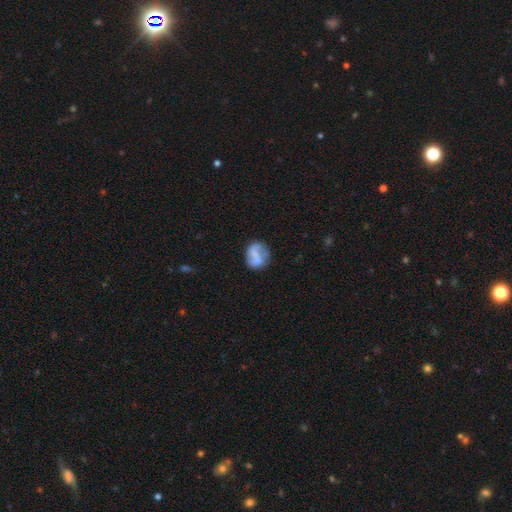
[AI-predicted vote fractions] A smooth galaxy with no disk features (47%).

Vote fractions:
- Smooth or featured? smooth: 47% / featured or disk: 44% / star or artifact: 8%
- Merging? none: 63% / minor disturbance: 22% / major disturbance: 10% / merger: 4%